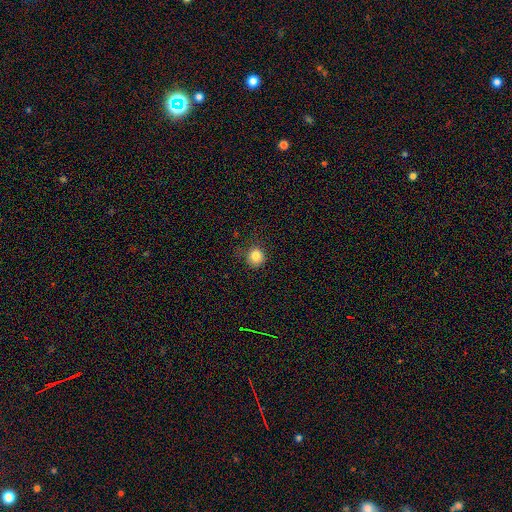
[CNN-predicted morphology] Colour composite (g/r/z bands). It shows a smooth galaxy with no disk features (83%) that is round (90%). Merging: none (76%).